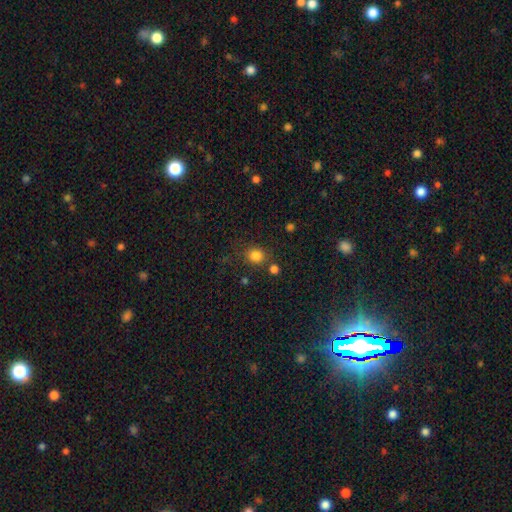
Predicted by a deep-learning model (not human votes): Smooth or featured? smooth (83%)
How rounded? round (80%)
Merging? none (75%)